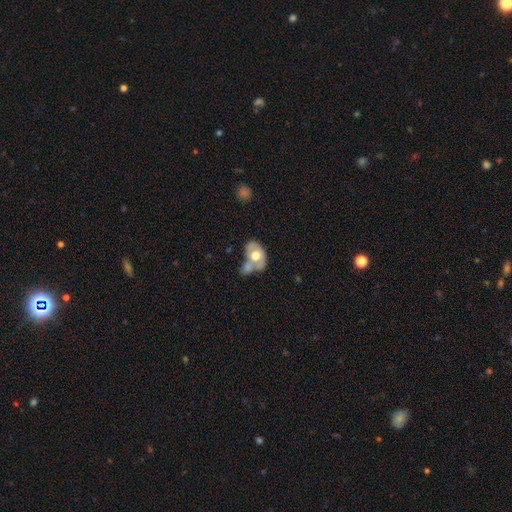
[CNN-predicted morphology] Overall: smooth (52%; featured or disk 41%). How rounded: in between (80%). Merging: merger (52%; none 17%).